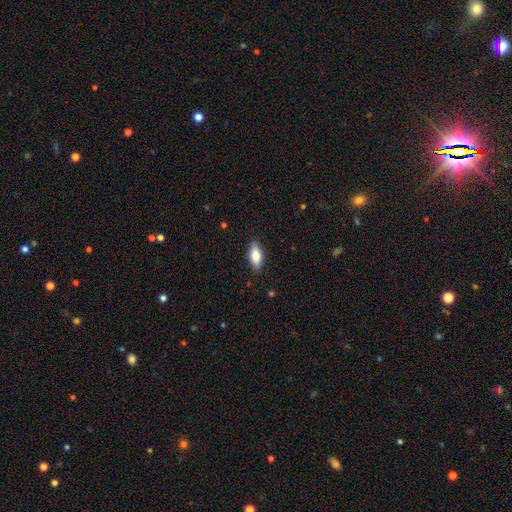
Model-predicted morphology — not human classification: This is likely a smooth galaxy (79%). How rounded: clearly in between (84%). Merging: clearly none (88%).